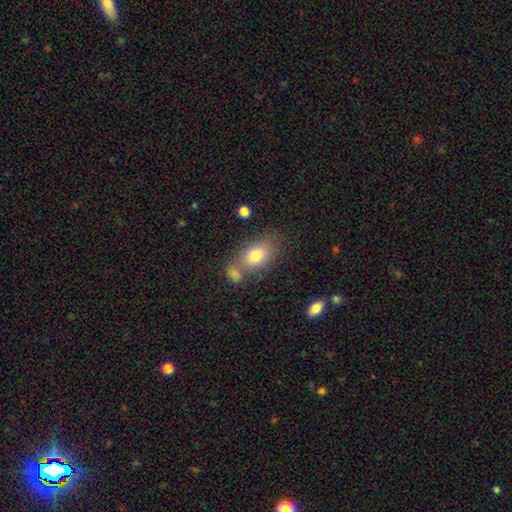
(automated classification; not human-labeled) smooth-or-featured: smooth: 77% | featured or disk: 14% | star or artifact: 9%
  how-rounded: in between: 82% | round: 16% | cigar-shaped: 2%
  merging: none: 55% | merger: 25% | minor disturbance: 15% | major disturbance: 6%